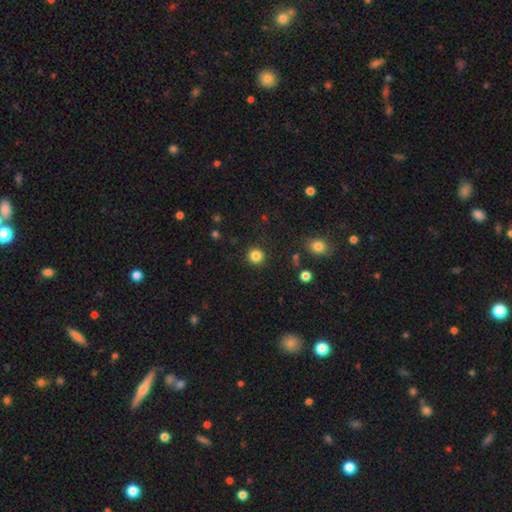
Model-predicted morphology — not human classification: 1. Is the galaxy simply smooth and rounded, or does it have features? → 84% smooth, 12% star or artifact, 4% featured or disk.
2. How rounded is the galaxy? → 94% round, 5% in between, 1% cigar-shaped.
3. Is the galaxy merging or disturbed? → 92% none, 5% minor disturbance, 2% major disturbance, 1% merger.